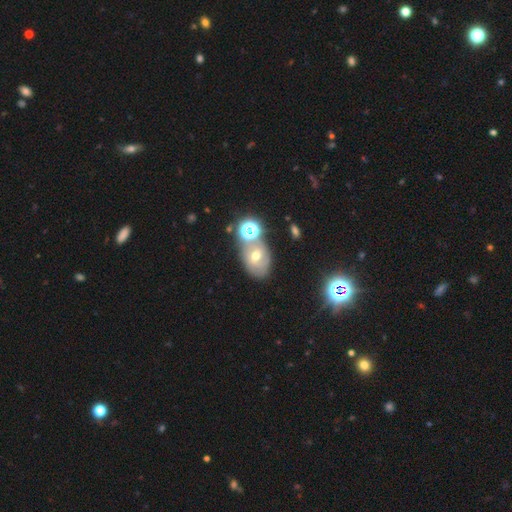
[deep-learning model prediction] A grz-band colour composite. It shows a smooth galaxy with no disk features (39%). Merging: none (53%).